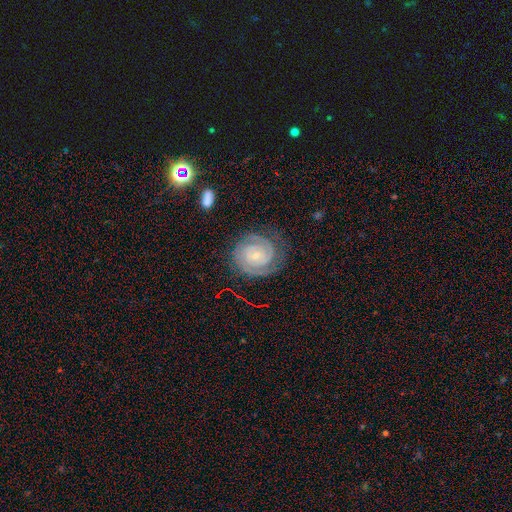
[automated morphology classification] Smooth or featured? featured or disk (87%)
Edge-on disk? no (98%)
Bar? no (61%)
Spiral arms? yes (98%)
Spiral winding? tight (82%)
Spiral arm count? 2 (62%)
Bulge size? small (79%)
Merging? none (78%)